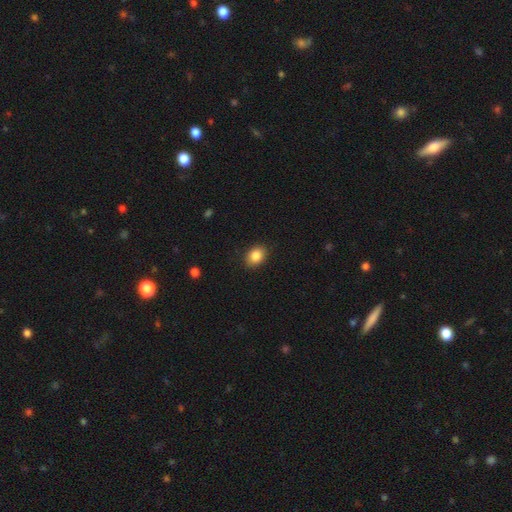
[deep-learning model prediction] Smooth or featured? smooth (86%)
How rounded? in between (67%)
Merging? none (88%)